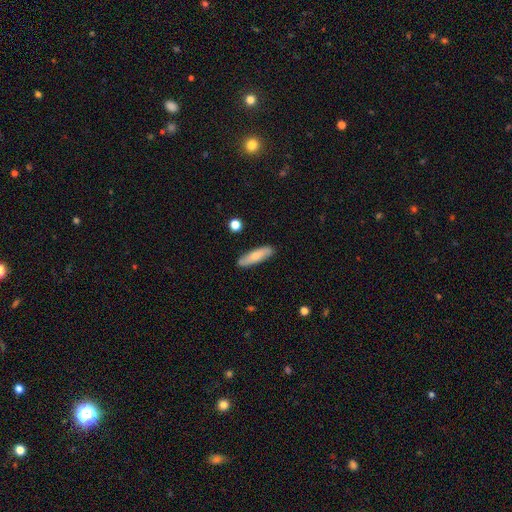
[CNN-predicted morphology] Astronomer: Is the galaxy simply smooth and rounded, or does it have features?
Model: smooth — 75%.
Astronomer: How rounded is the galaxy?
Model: cigar-shaped — 65%.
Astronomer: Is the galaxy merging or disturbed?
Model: none — 86%.